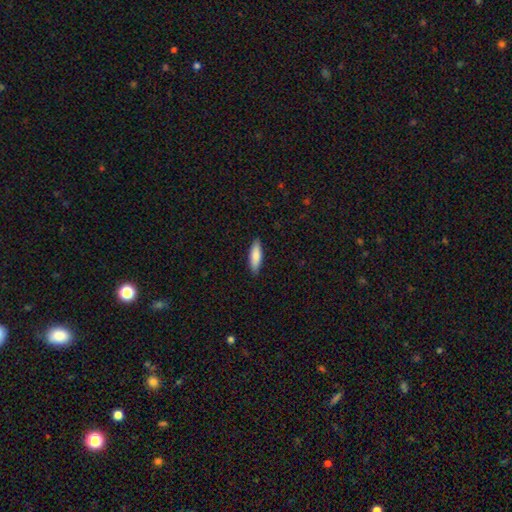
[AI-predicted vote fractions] This appears to be a smooth galaxy with no disk features (85%) that is cigar-shaped (50%). Merging: none (88%).